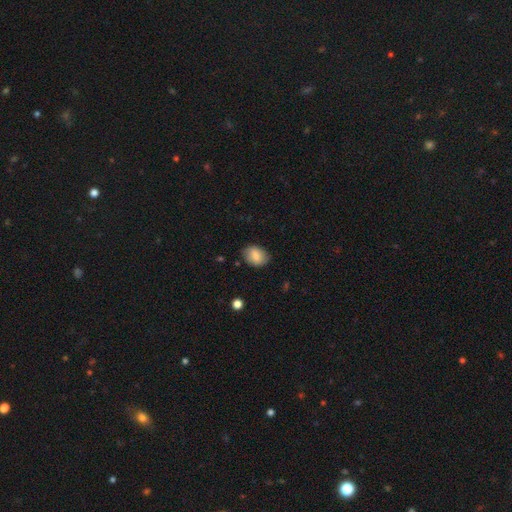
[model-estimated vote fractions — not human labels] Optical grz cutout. It shows a smooth galaxy with no disk features (82%) that is in between round and cigar-shaped (72%). Merging: none (79%).